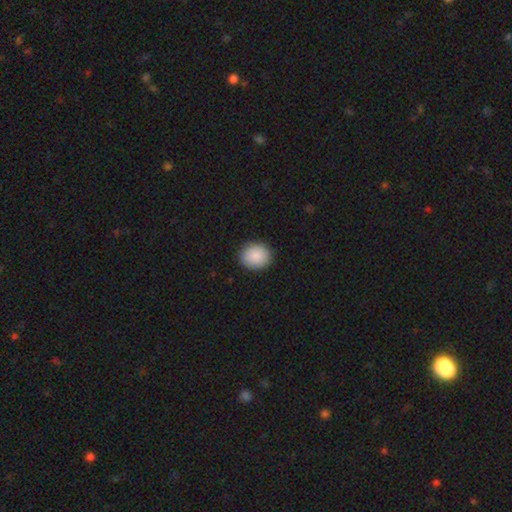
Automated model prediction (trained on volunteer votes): smooth 89%, star or artifact 7%, featured or disk 4%. Down the decision tree: how rounded — round (66%); merging — none (90%).